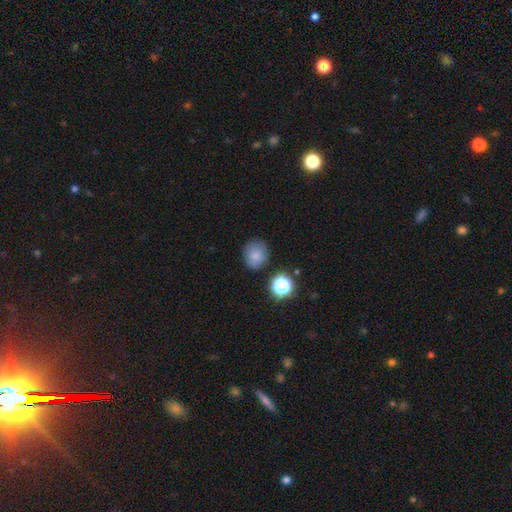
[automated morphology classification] smooth_or_featured: smooth (p=0.81) [alt: star or artifact p=0.12]
how_rounded: round (p=0.76) [alt: in between p=0.23]
merging: none (p=0.81) [alt: minor disturbance p=0.12]